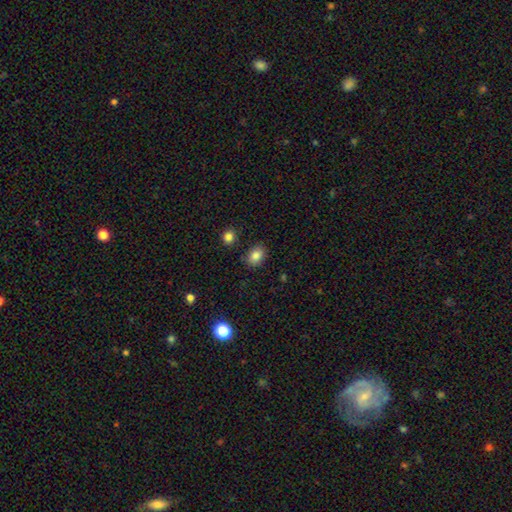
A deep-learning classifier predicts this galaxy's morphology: The model was most divided on "how rounded": in between: 68%, round: 31%, cigar-shaped: 1%. More confident: smooth or featured — smooth (85%); merging — none (83%).